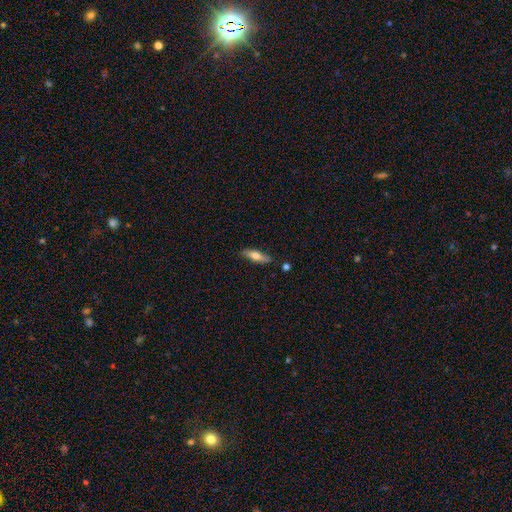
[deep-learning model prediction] The model was most divided on "how rounded": cigar-shaped: 63%, in between: 35%, round: 2%. More confident: merging — none (83%); smooth or featured — smooth (61%).